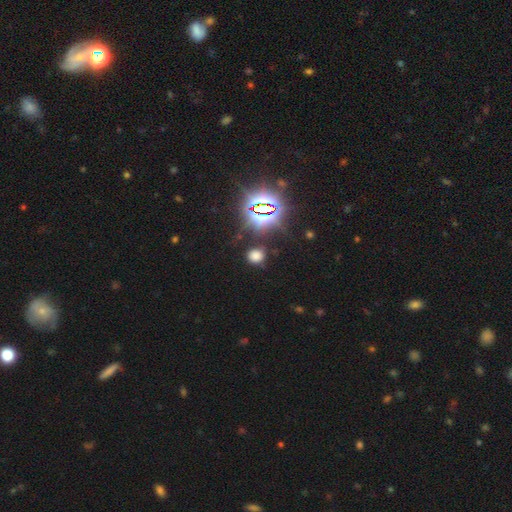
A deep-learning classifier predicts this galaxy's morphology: Smooth or featured?
  - smooth: 61% *
  - star or artifact: 33%
  - featured or disk: 6%
How rounded?
  - round: 70% *
  - in between: 28%
  - cigar-shaped: 2%
Merging?
  - none: 81% *
  - minor disturbance: 12%
  - major disturbance: 4%
  - merger: 3%